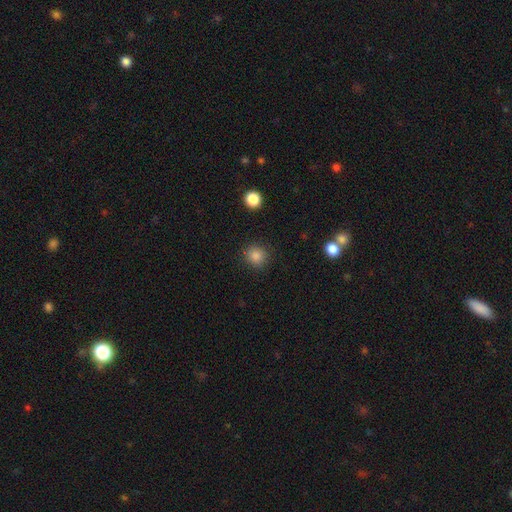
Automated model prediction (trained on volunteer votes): smooth 85%, star or artifact 12%, featured or disk 4%. Down the decision tree: how rounded — round (92%); merging — none (89%).